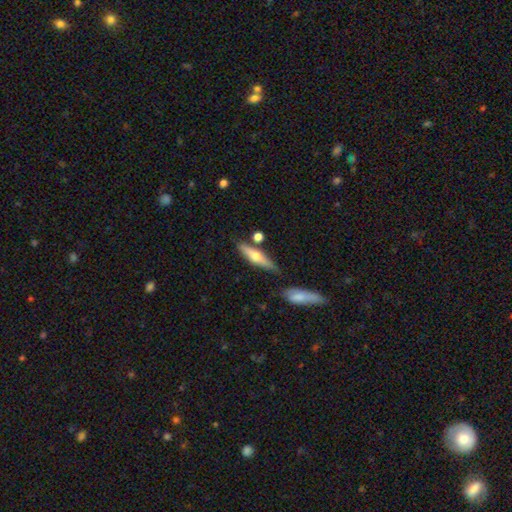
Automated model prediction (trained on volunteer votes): A smooth galaxy with no disk features (49%). Merging: none (73%).